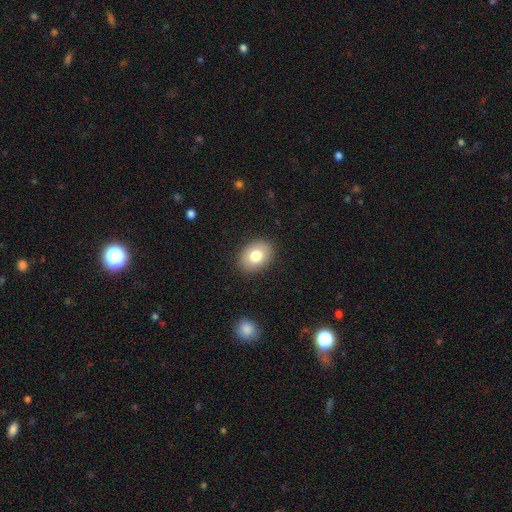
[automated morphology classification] A smooth galaxy with no disk features (80%) that is in between round and cigar-shaped (71%).

Vote fractions:
- Smooth or featured? smooth: 80% / featured or disk: 12% / star or artifact: 8%
- How rounded? in between: 71% / round: 28% / cigar-shaped: 1%
- Merging? none: 89% / minor disturbance: 8% / major disturbance: 2% / merger: 1%